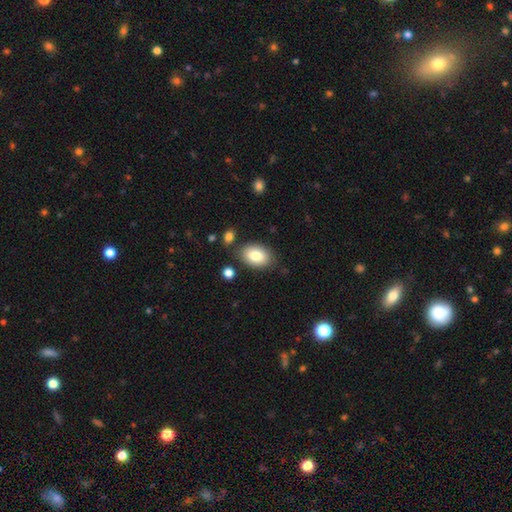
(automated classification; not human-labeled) smooth-or-featured: smooth: 82% | featured or disk: 10% | star or artifact: 7%
  how-rounded: in between: 86% | round: 13% | cigar-shaped: 1%
  merging: none: 79% | minor disturbance: 13% | merger: 4% | major disturbance: 3%